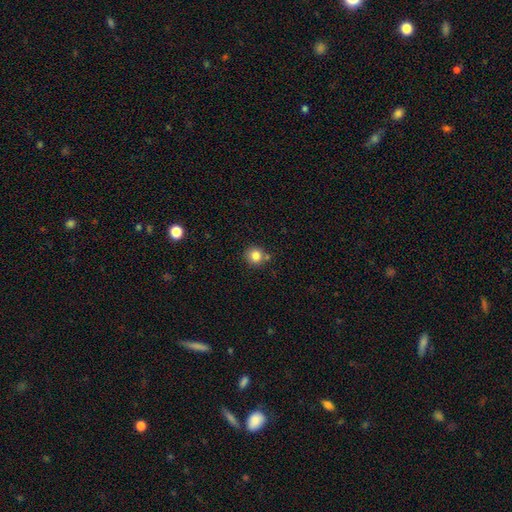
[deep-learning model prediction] smooth-or-featured: smooth: 83% | star or artifact: 11% | featured or disk: 6%
  how-rounded: round: 90% | in between: 9% | cigar-shaped: 1%
  merging: none: 76% | minor disturbance: 11% | merger: 10% | major disturbance: 3%